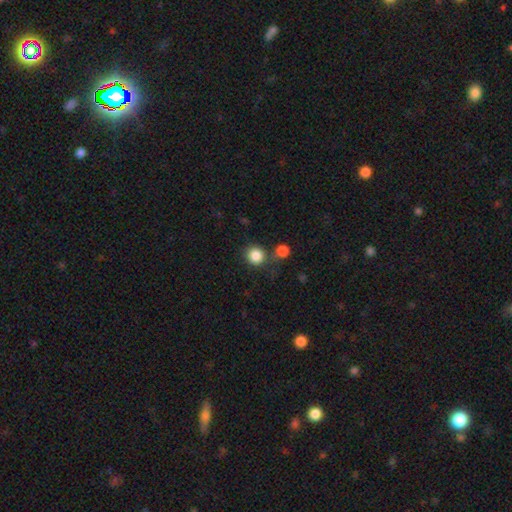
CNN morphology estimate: A smooth galaxy with no disk features (86%) that is round (92%). Merging: none (71%).